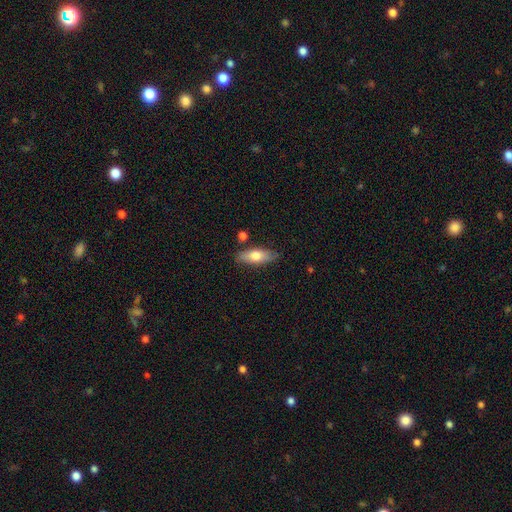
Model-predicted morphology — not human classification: Smooth or featured: smooth — 69% (featured or disk — 25%)
How rounded: in between — 67% (cigar-shaped — 31%)
Merging: none — 79% (minor disturbance — 14%)